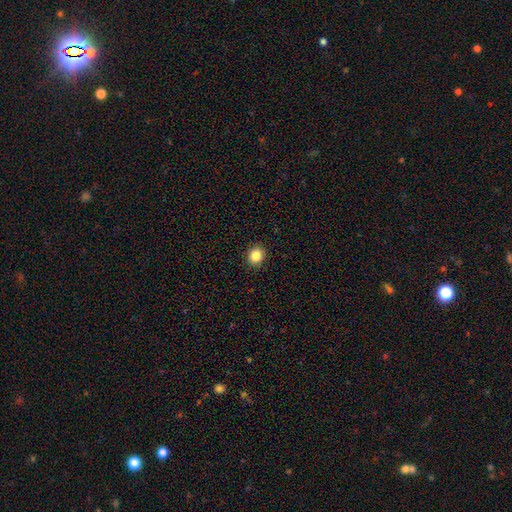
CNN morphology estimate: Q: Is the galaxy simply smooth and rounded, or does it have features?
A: smooth — 86%.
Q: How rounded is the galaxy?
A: round — 77%.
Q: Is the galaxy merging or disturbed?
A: none — 92%.